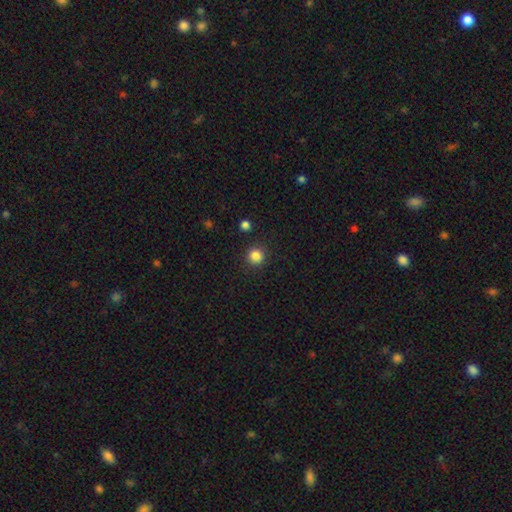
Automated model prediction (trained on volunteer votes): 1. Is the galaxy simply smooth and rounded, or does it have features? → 84% smooth, 12% star or artifact, 4% featured or disk.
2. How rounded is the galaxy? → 93% round, 6% in between, 1% cigar-shaped.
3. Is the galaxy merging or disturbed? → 90% none, 6% minor disturbance, 2% major disturbance, 2% merger.